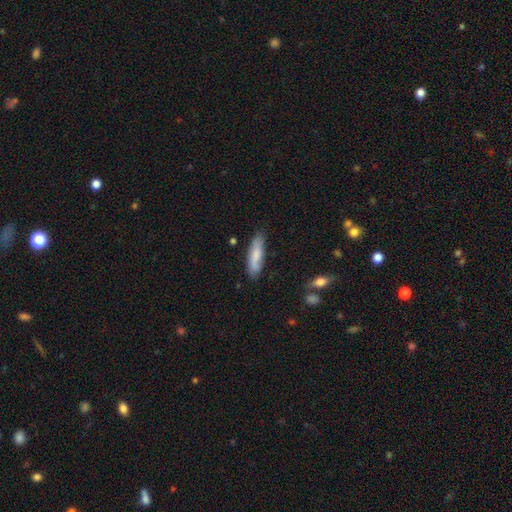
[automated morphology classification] This appears to be a smooth galaxy with no disk features (75%) that is cigar-shaped (68%). Merging: none (77%).